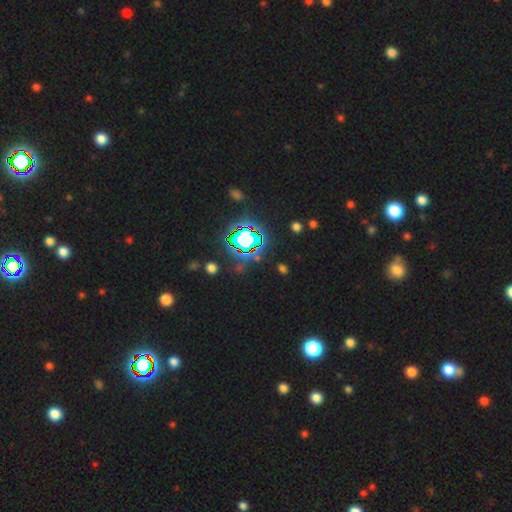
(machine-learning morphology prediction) A star or artifact, not a galaxy (74%).